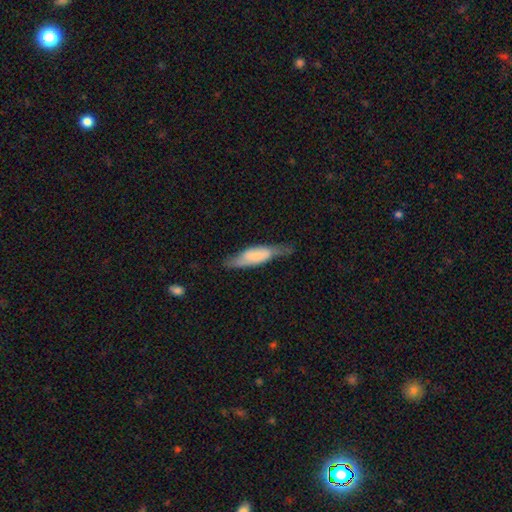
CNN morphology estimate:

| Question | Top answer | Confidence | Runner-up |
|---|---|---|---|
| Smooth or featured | smooth | 57% | featured or disk (37%) |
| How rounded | cigar-shaped | 57% | in between (41%) |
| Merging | none | 61% | minor disturbance (27%) |